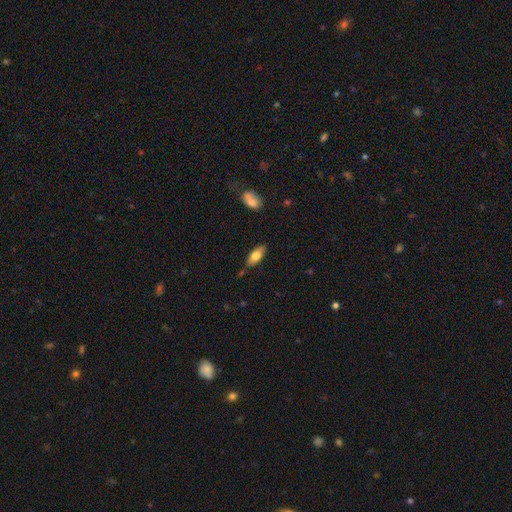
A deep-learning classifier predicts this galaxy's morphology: smooth 73%, featured or disk 21%, star or artifact 6%. Down the decision tree: how rounded — in between (81%); merging — none (78%).